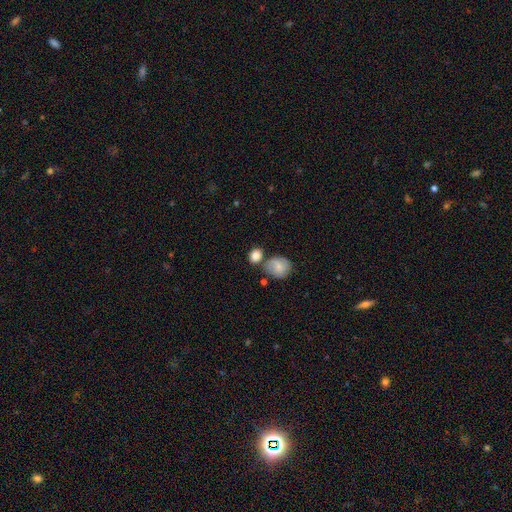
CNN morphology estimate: Smooth or featured: smooth — 83% (featured or disk — 9%)
How rounded: round — 63% (in between — 36%)
Merging: none — 58% (merger — 22%)